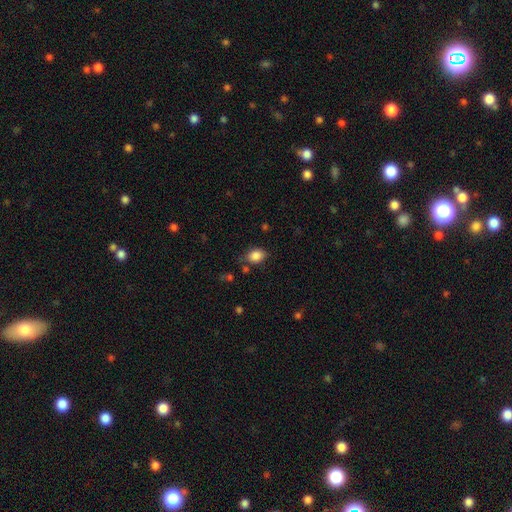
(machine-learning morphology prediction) smooth 85%, star or artifact 9%, featured or disk 5%. Down the decision tree: how rounded — in between (66%); merging — none (71%).